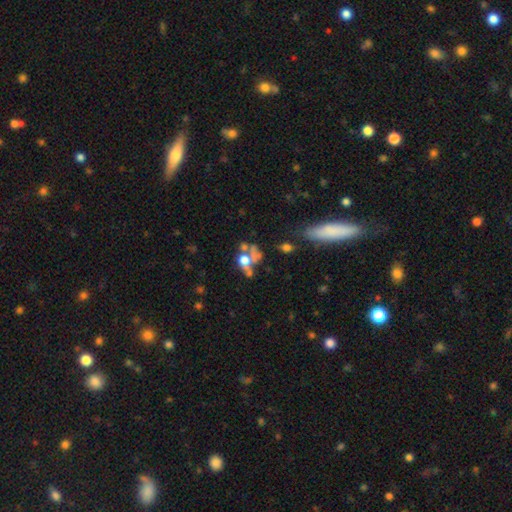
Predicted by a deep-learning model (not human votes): Smooth or featured?
  - smooth: 45% *
  - featured or disk: 35%
  - star or artifact: 20%
Merging?
  - merger: 39% *
  - none: 34%
  - major disturbance: 14%
  - minor disturbance: 13%